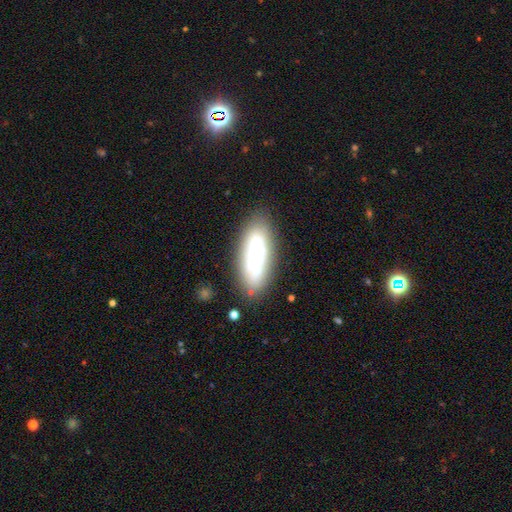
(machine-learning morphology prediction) Overall: featured or disk (54%; smooth 36%). Edge-on disk: no (87%). Merging: none (60%).